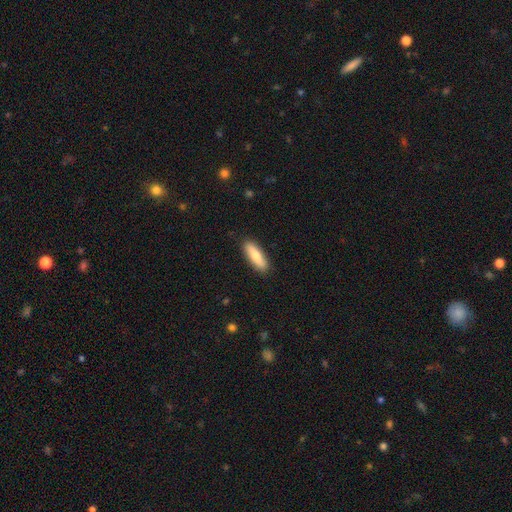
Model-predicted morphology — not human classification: Q: Smooth or featured?
A: smooth (73%); runner-up: featured or disk (21%)
Q: How rounded?
A: cigar-shaped (55%); runner-up: in between (43%)
Q: Merging?
A: none (89%); runner-up: minor disturbance (8%)